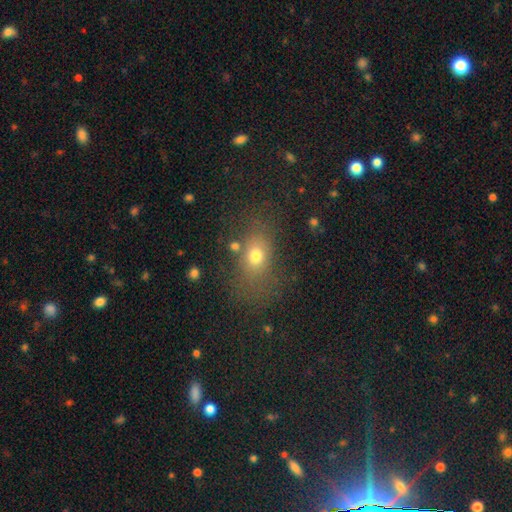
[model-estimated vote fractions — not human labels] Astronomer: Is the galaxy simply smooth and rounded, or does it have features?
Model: smooth — 70%.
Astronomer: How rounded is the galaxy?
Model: in between — 63%.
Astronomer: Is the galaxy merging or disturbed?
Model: none — 70%.